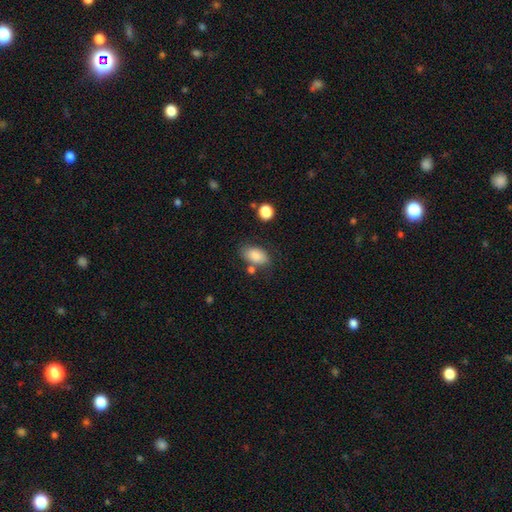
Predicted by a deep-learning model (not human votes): Morphology: type=smooth (85%); roundness=in between (91%); merging=none (68%).